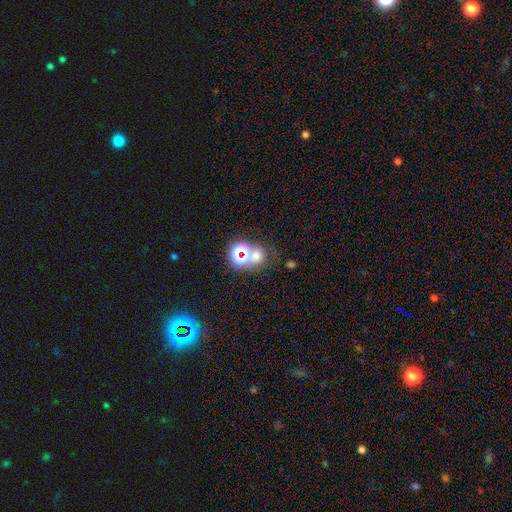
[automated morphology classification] This appears to be a smooth galaxy with no disk features (52%) that is round (75%). Merging: none (54%).